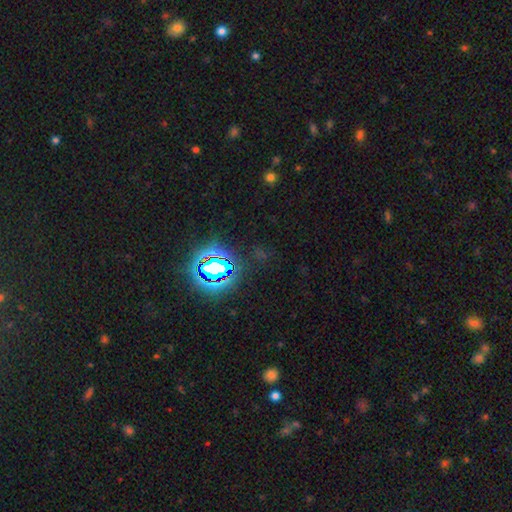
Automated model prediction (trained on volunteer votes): Smooth or featured? star or artifact (79%)